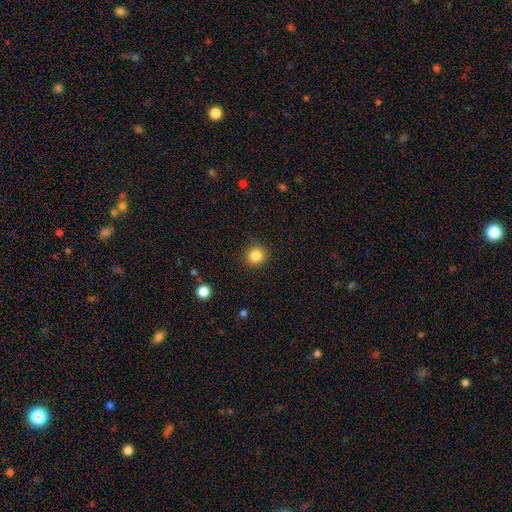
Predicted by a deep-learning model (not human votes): smooth 84%, star or artifact 11%, featured or disk 5%. Down the decision tree: how rounded — round (92%); merging — none (89%).